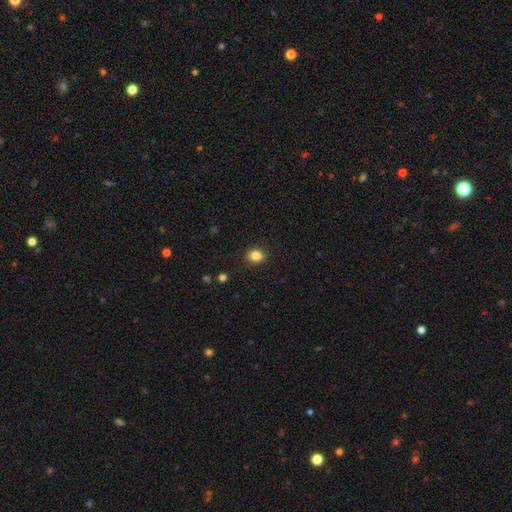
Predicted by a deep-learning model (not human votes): Smooth or featured?
  - smooth: 83% *
  - star or artifact: 11%
  - featured or disk: 5%
How rounded?
  - round: 64% *
  - in between: 35%
  - cigar-shaped: 1%
Merging?
  - none: 90% *
  - minor disturbance: 7%
  - major disturbance: 2%
  - merger: 1%